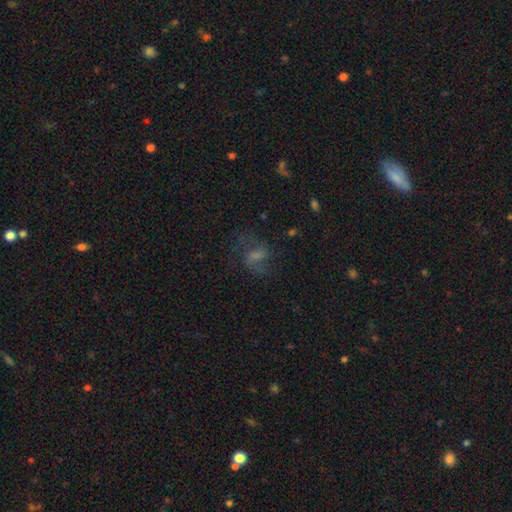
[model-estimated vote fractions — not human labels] Overall: featured or disk (50%; smooth 28%). Merging: none (64%).